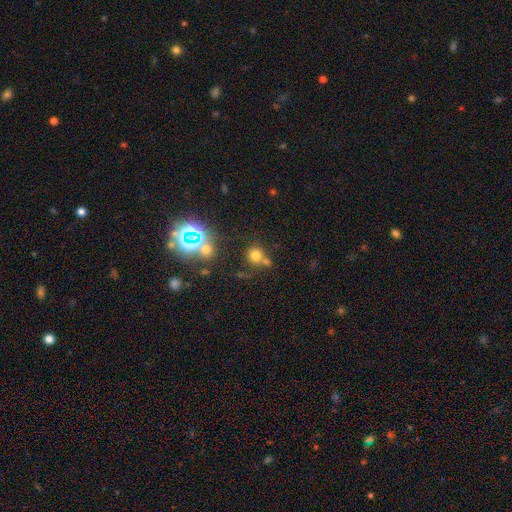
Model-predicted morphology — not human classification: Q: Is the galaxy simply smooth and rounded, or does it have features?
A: smooth — 69%.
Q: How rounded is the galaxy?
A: round — 87%.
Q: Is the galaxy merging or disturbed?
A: none — 58%.